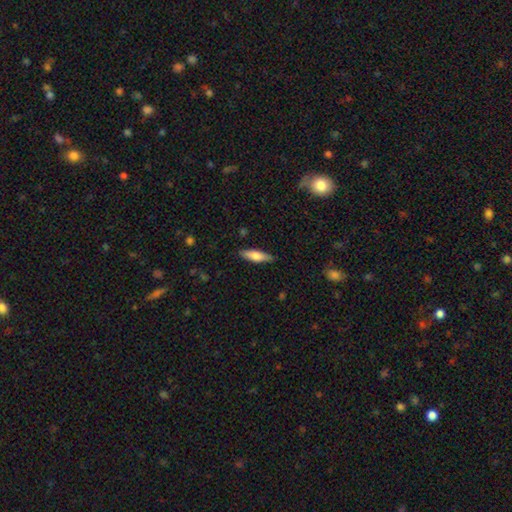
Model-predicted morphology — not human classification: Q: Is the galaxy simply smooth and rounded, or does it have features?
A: smooth — 70%.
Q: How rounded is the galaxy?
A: cigar-shaped — 56%.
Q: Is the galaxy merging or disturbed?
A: none — 84%.